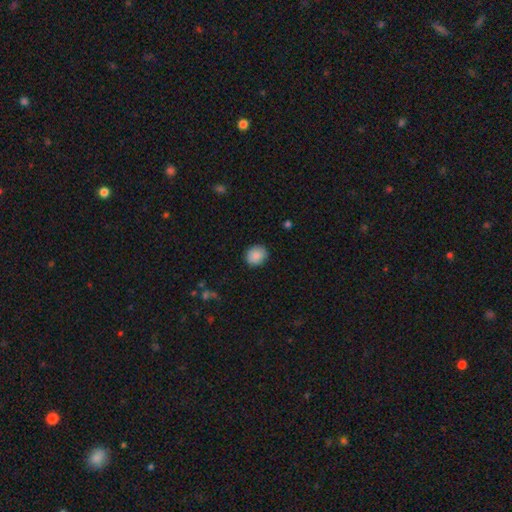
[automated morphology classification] A smooth galaxy with no disk features (88%) that is round (73%). Merging: none (87%).